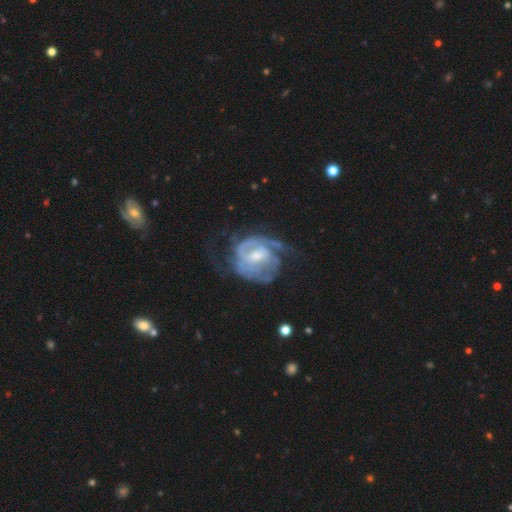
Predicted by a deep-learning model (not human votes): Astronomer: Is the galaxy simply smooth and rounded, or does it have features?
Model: featured or disk — 87%.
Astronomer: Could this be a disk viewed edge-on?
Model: no — 98%.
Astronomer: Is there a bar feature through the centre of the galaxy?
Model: weak — 51% (runner-up: no, 36%).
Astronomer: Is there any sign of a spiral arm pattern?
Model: yes — 94%.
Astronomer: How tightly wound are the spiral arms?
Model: tight — 51% (runner-up: medium, 37%).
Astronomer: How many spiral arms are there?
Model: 2 — 49%.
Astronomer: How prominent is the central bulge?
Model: moderate — 51% (runner-up: small, 38%).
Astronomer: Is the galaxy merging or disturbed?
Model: none — 53%.